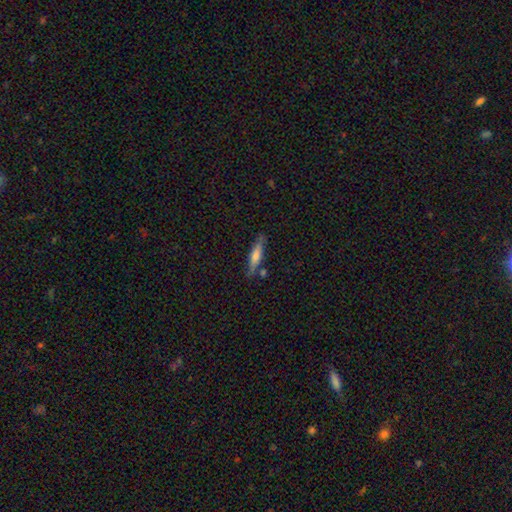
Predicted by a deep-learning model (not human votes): Smooth or featured: smooth — 53% (featured or disk — 40%)
How rounded: cigar-shaped — 85% (in between — 14%)
Merging: none — 76% (minor disturbance — 14%)